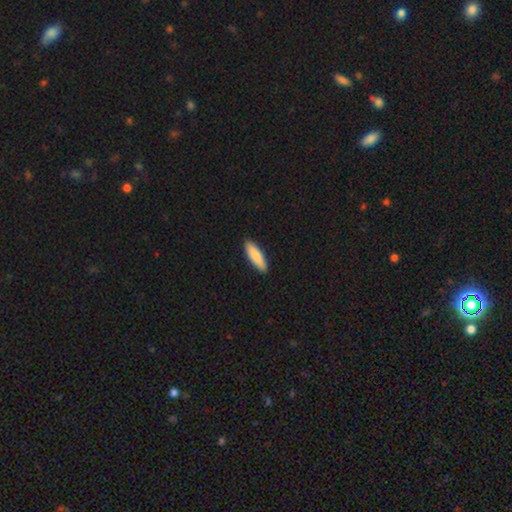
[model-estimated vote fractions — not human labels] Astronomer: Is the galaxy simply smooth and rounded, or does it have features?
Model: smooth — 86%.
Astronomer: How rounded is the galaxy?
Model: cigar-shaped — 62%.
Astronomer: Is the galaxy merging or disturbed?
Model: none — 91%.